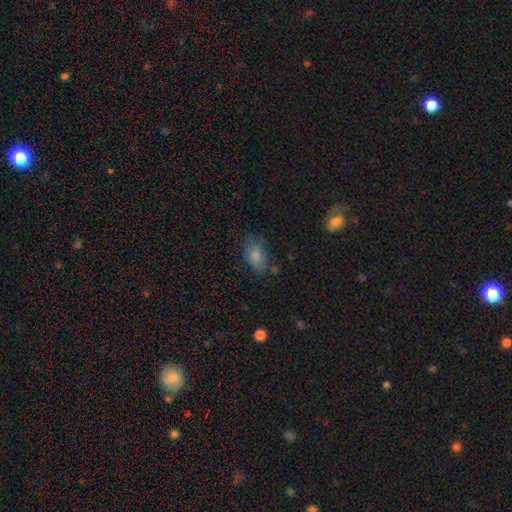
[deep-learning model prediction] This appears to be a smooth galaxy with no disk features (82%) that is in between round and cigar-shaped (91%). Merging: none (71%).